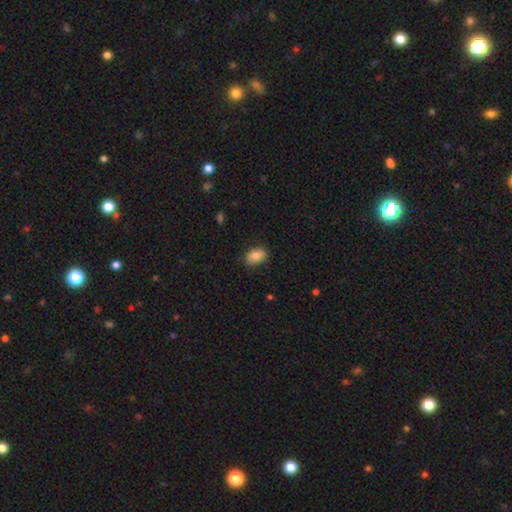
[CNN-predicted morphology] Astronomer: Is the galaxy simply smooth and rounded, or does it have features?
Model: smooth — 83%.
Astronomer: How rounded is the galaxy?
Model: in between — 86%.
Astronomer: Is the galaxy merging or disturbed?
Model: none — 81%.